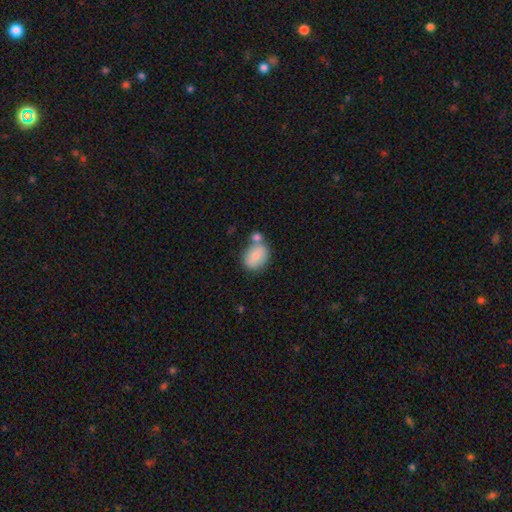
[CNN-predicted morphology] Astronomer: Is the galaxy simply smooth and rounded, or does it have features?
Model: smooth — 75%.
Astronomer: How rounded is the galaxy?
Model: in between — 59% (runner-up: round, 40%).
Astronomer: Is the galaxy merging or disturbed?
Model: none — 51% (runner-up: merger, 29%).